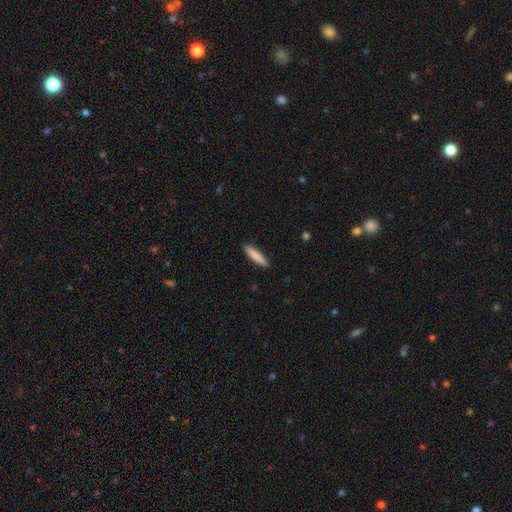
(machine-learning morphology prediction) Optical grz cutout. It shows a smooth galaxy with no disk features (85%) that is cigar-shaped (86%). Merging: none (91%).